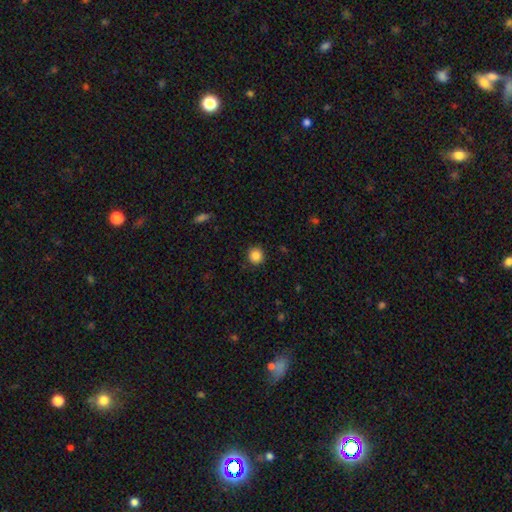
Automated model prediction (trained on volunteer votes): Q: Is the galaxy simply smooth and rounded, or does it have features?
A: smooth — 86%.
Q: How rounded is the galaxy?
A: round — 91%.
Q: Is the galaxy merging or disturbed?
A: none — 91%.